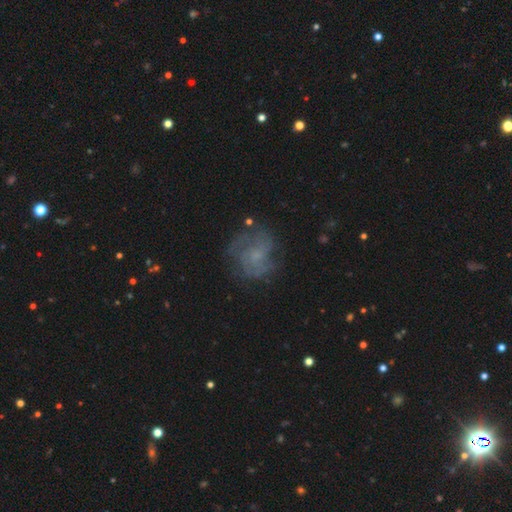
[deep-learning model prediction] Morphology: type=featured or disk (61%); edge-on=no (98%); bar=no (70%); spiral arms=yes (77%); bulge=small (54%); merging=none (66%).